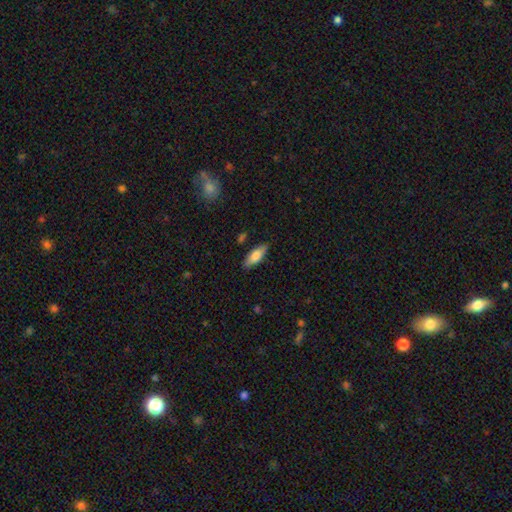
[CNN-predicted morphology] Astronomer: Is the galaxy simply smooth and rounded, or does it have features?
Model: smooth — 73%.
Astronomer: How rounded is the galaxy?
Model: in between — 63%.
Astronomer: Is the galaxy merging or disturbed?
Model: none — 85%.